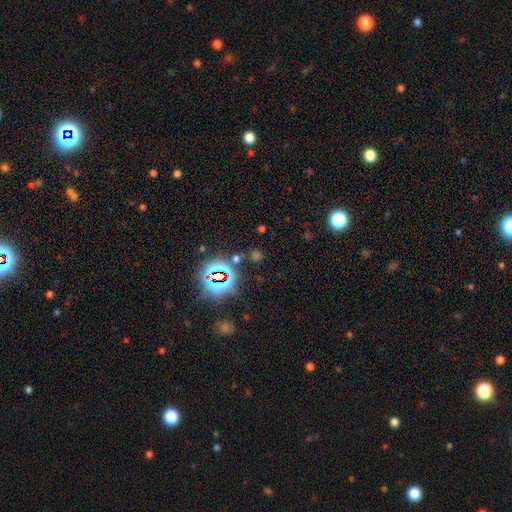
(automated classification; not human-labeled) This is likely a star or artifact rather than a galaxy (68%).